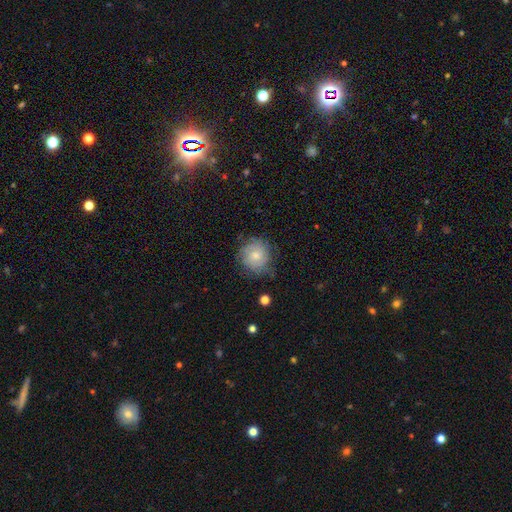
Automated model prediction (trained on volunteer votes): Smooth or featured? featured or disk (57%)
Edge-on disk? no (98%)
Bar? no (73%)
Spiral arms? yes (88%)
Bulge size? small (52%)
Merging? none (71%)